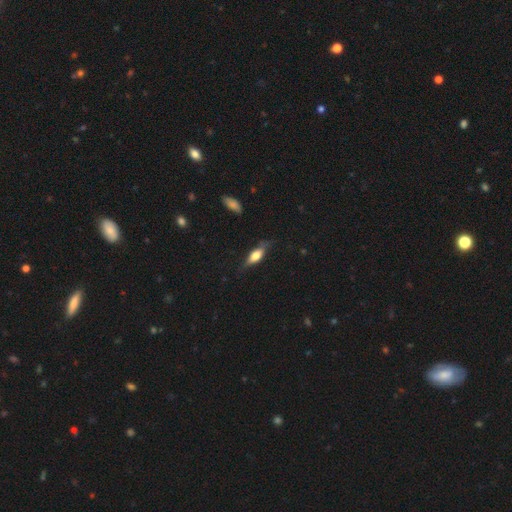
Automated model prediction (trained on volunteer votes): Smooth or featured? smooth (54%)
How rounded? in between (61%)
Merging? none (72%)